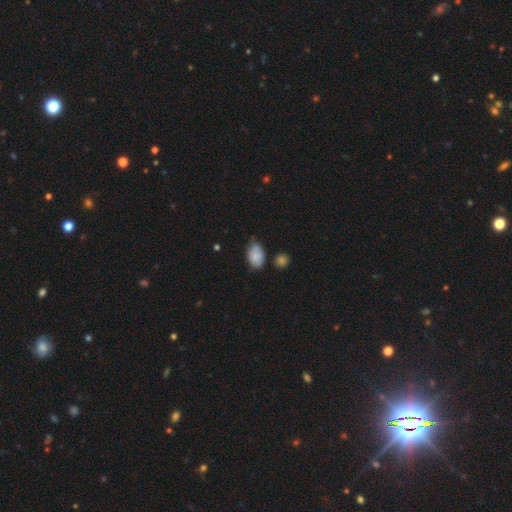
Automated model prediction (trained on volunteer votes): Overall: smooth (85%). How rounded: in between (90%). Merging: none (60%; minor disturbance 29%).